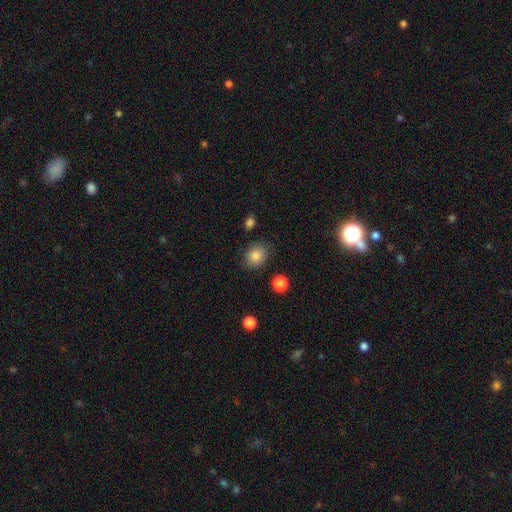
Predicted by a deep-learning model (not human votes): Q: Smooth or featured?
A: smooth (85%); runner-up: star or artifact (9%)
Q: How rounded?
A: in between (51%); runner-up: round (48%)
Q: Merging?
A: none (83%); runner-up: minor disturbance (12%)